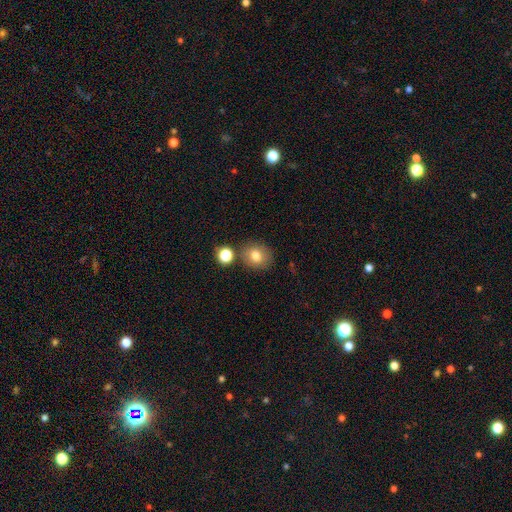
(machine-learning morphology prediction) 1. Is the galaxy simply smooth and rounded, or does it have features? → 79% smooth, 11% star or artifact, 10% featured or disk.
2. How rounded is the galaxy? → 73% round, 26% in between, 1% cigar-shaped.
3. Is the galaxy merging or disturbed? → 78% none, 10% minor disturbance, 9% merger, 3% major disturbance.